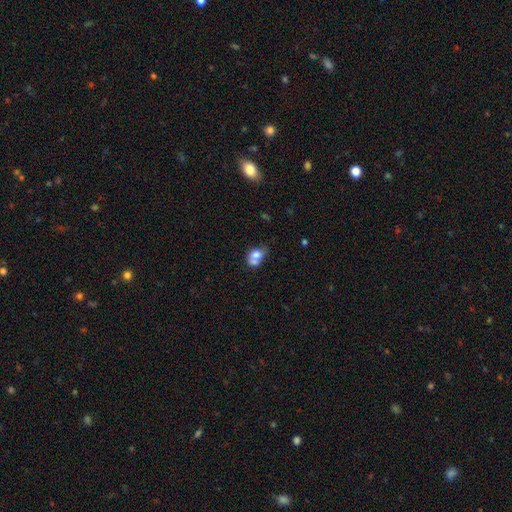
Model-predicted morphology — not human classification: smooth 69%, featured or disk 21%, star or artifact 10%. Down the decision tree: how rounded — in between (55%); merging — merger (51%).